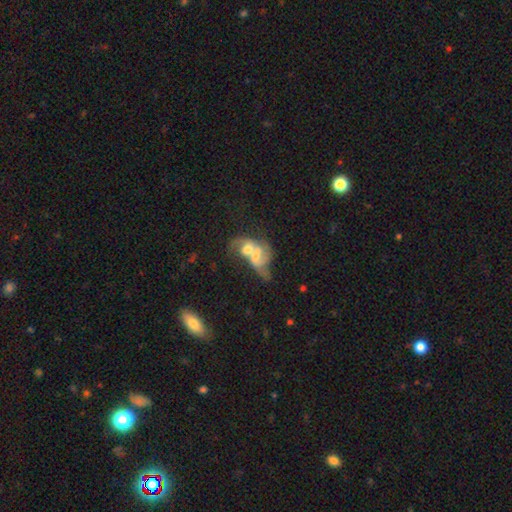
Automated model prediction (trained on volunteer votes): Overall: featured or disk (56%; smooth 35%). Edge-on disk: no (96%). Bar: no (61%; weak 30%). Spiral arms: yes (63%; no 37%). Bulge size: moderate (50%; small 24%). Merging: merger (77%).